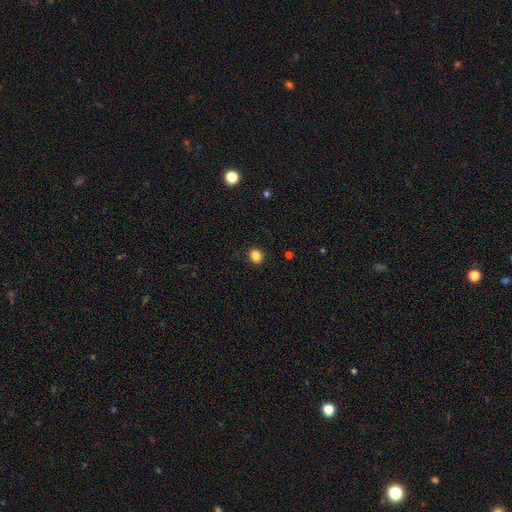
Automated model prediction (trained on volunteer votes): Smooth or featured: smooth — 86% (star or artifact — 11%)
How rounded: round — 76% (in between — 23%)
Merging: none — 91% (minor disturbance — 6%)